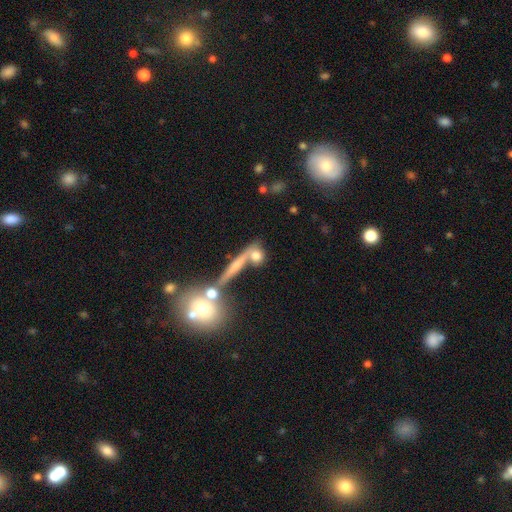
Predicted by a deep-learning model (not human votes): Overall: smooth (63%; featured or disk 24%). How rounded: round (58%; cigar-shaped 21%). Merging: none (48%; merger 33%).